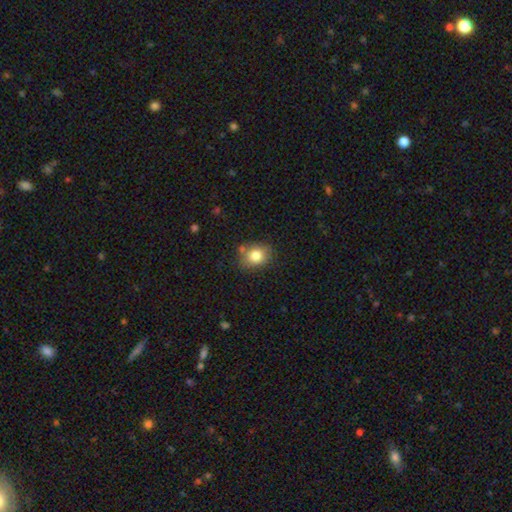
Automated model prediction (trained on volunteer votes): Morphology: type=smooth (81%); roundness=round (54%); merging=none (74%).